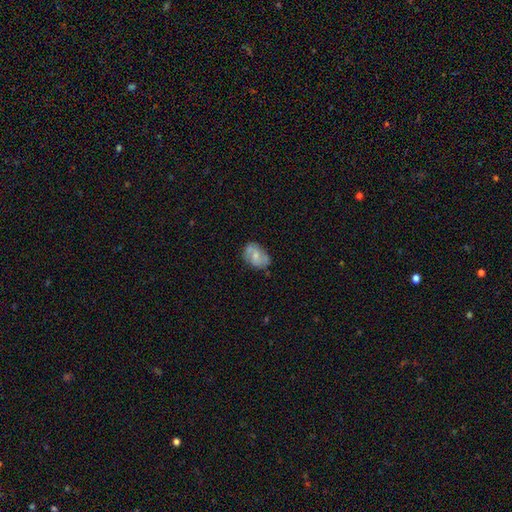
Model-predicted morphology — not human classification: Smooth or featured?
  - smooth: 49% *
  - featured or disk: 43%
  - star or artifact: 7%
Merging?
  - none: 63% *
  - minor disturbance: 26%
  - major disturbance: 8%
  - merger: 3%